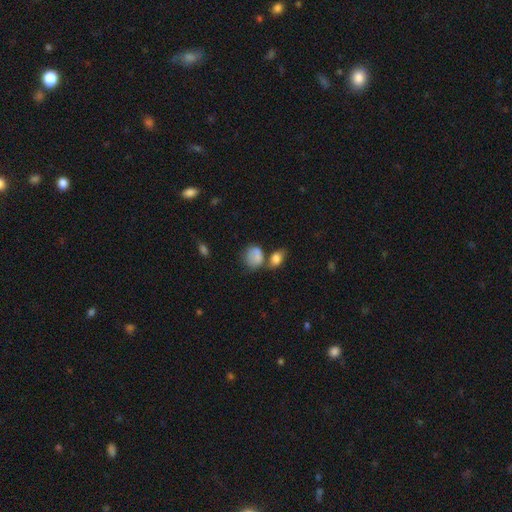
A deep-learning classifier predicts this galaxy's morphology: type=smooth (78%); roundness=in between (55%); merging=none (38%).